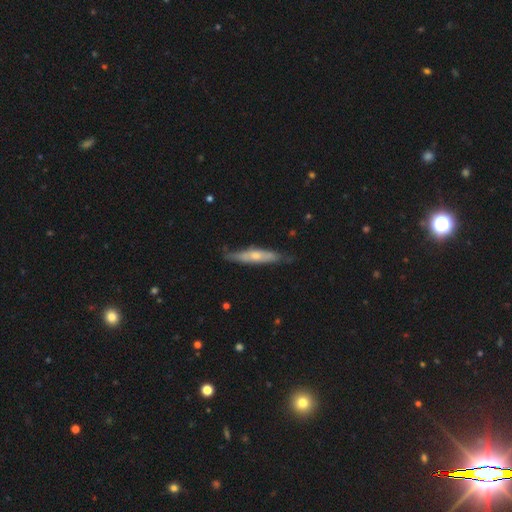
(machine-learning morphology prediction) featured or disk 53%, smooth 41%, star or artifact 5%. Down the decision tree: edge-on disk — yes (71%); merging — none (67%).